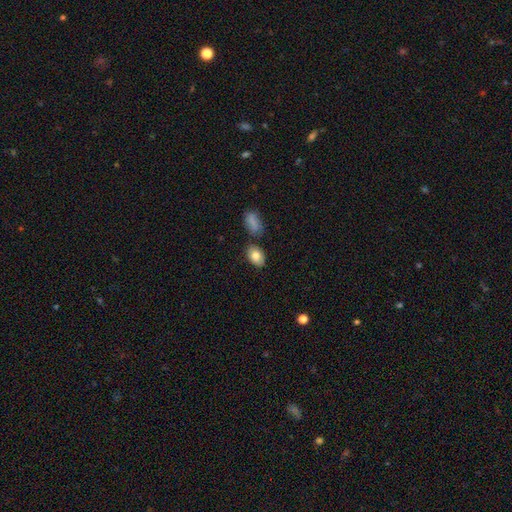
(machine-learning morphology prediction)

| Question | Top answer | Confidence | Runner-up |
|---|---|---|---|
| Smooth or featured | smooth | 81% | featured or disk (12%) |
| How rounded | in between | 84% | round (14%) |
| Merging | none | 75% | minor disturbance (14%) |